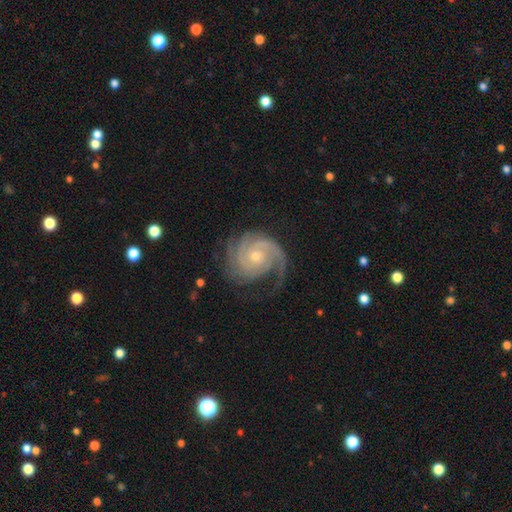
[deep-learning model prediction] A featured or disk galaxy (91%) with no bar (74%), 3 (33%) tight (66%) spiral arms (98%) and a small central bulge (57%).

Vote fractions:
- Smooth or featured? featured or disk: 91% / star or artifact: 4% / smooth: 4%
- Edge-on disk? no: 98% / yes: 2%
- Bar? no: 74% / weak: 21% / strong: 5%
- Spiral arms? yes: 98% / no: 2%
- Spiral winding? tight: 66% / medium: 28% / loose: 6%
- Spiral arm count? 3: 33% / 2: 27% / can't tell: 15% / 4: 10% / 1: 7% / more than 4: 7%
- Bulge size? small: 57% / moderate: 39% / large: 1% / none: 1% / dominant: 1%
- Merging? none: 70% / minor disturbance: 18% / major disturbance: 11% / merger: 1%